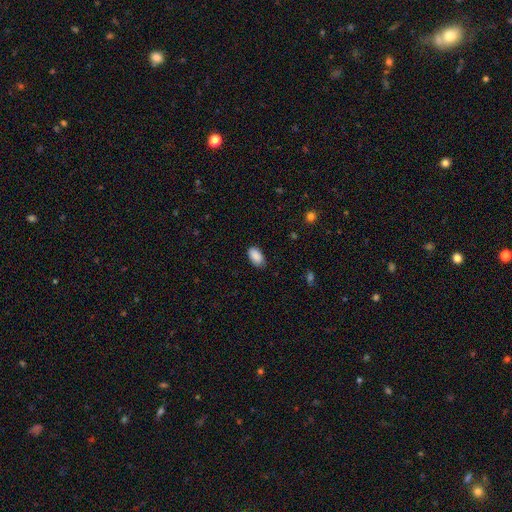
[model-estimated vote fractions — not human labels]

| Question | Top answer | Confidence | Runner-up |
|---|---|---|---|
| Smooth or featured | smooth | 90% | star or artifact (7%) |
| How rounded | in between | 94% | round (4%) |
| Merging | none | 82% | minor disturbance (15%) |